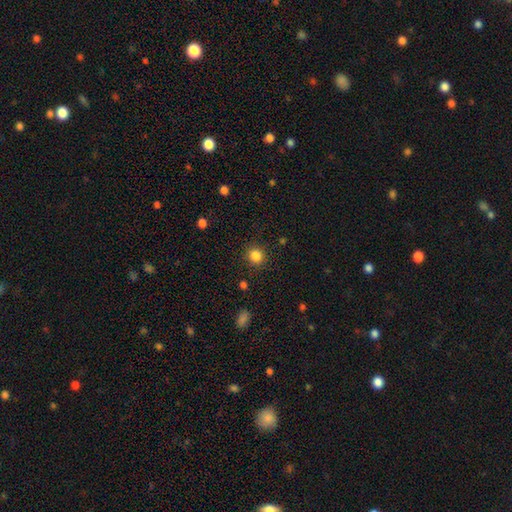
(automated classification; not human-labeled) smooth-or-featured: smooth: 84% | star or artifact: 12% | featured or disk: 4%
  how-rounded: round: 87% | in between: 12% | cigar-shaped: 1%
  merging: none: 89% | minor disturbance: 7% | major disturbance: 3% | merger: 1%